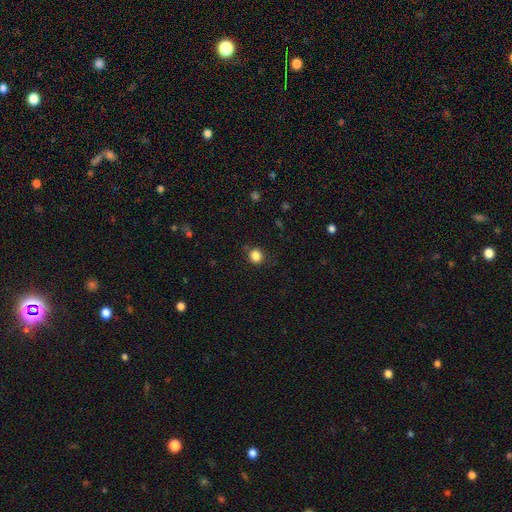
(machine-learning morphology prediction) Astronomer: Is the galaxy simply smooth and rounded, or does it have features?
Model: smooth — 85%.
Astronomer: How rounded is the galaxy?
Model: round — 77%.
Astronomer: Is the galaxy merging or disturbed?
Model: none — 80%.